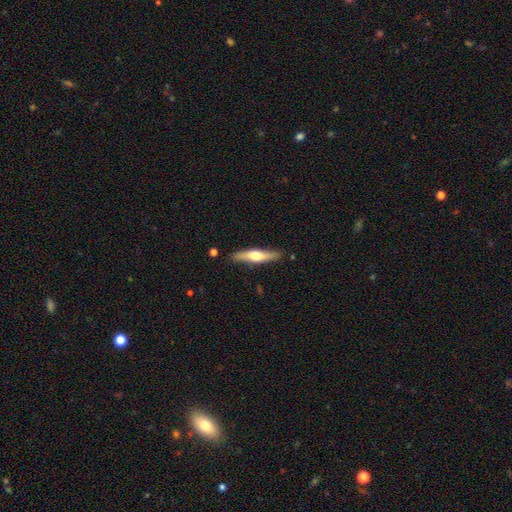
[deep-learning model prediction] A featured or disk galaxy (53%) viewed edge-on (92%). Merging: none (86%).